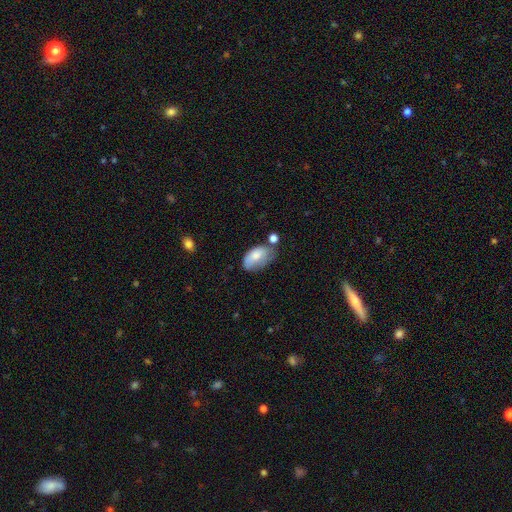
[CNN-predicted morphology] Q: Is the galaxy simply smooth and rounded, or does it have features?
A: smooth — 75%.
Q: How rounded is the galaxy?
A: in between — 93%.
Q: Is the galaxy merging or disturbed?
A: none — 37%.